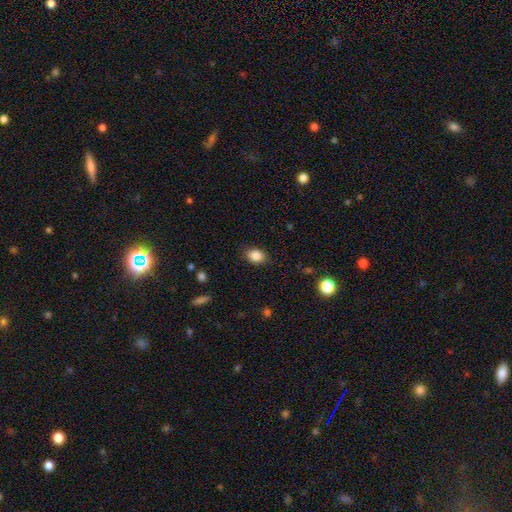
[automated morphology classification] smooth_or_featured: smooth (p=0.87) [alt: star or artifact p=0.09]
how_rounded: in between (p=0.71) [alt: round p=0.28]
merging: none (p=0.85) [alt: minor disturbance p=0.11]